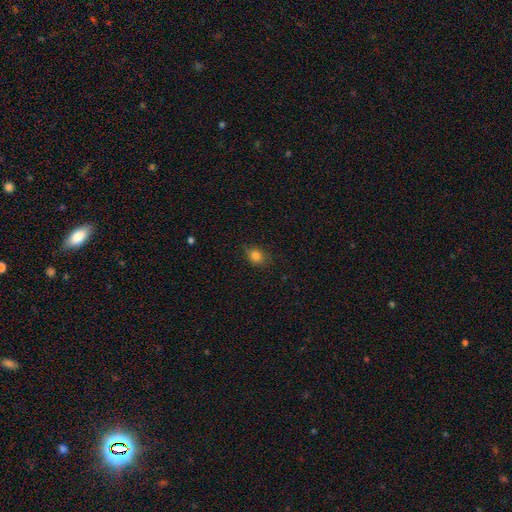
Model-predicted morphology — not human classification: Overall: smooth (82%). How rounded: round (59%; in between 40%). Merging: none (77%).